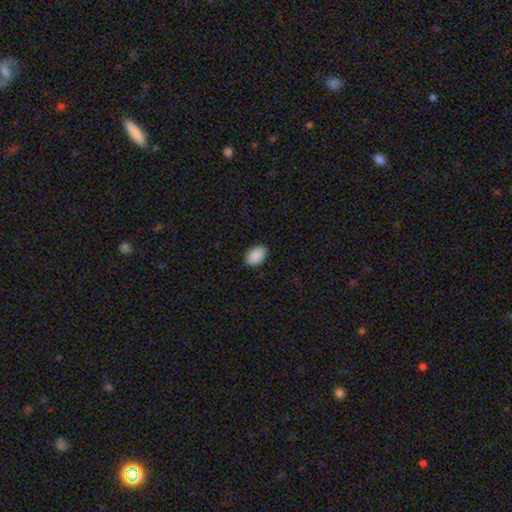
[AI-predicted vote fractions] Smooth or featured: smooth — 91% (star or artifact — 6%)
How rounded: in between — 91% (round — 8%)
Merging: none — 89% (minor disturbance — 9%)